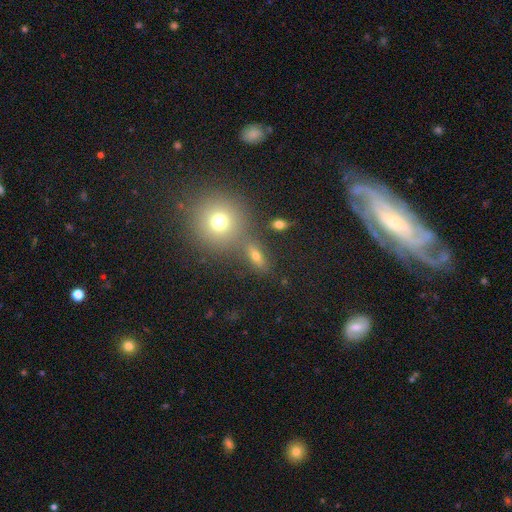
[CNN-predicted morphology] smooth_or_featured: smooth (p=0.43) [alt: featured or disk p=0.34]
merging: none (p=0.69) [alt: minor disturbance p=0.14]